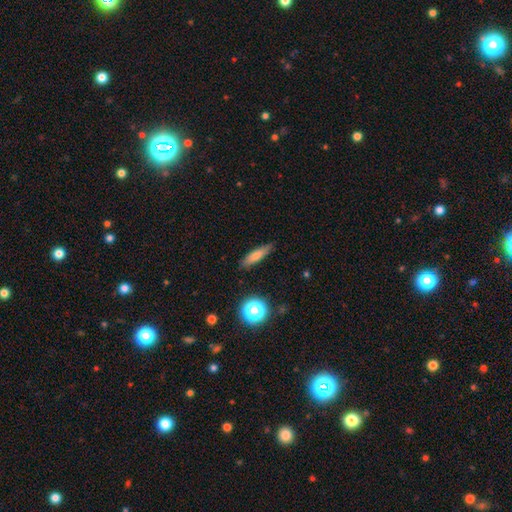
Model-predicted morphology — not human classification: Q: Smooth or featured?
A: smooth (70%); runner-up: featured or disk (20%)
Q: How rounded?
A: cigar-shaped (74%); runner-up: in between (22%)
Q: Merging?
A: none (84%); runner-up: minor disturbance (11%)